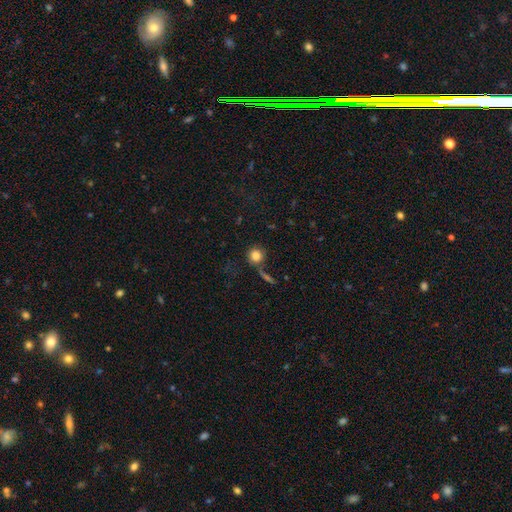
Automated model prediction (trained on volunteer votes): Overall: smooth (82%). How rounded: round (90%). Merging: none (67%).